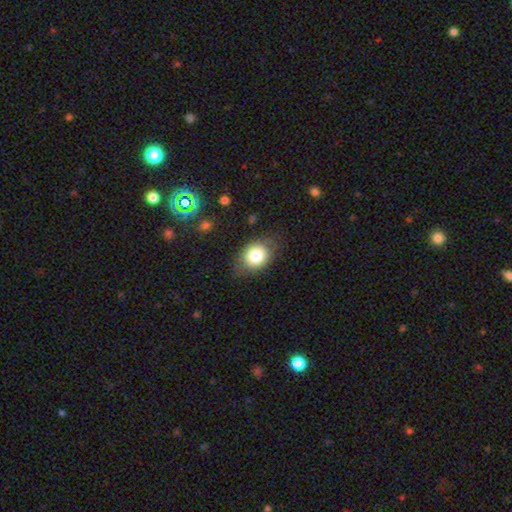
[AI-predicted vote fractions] Q: Smooth or featured?
A: smooth (78%); runner-up: featured or disk (12%)
Q: How rounded?
A: in between (56%); runner-up: round (43%)
Q: Merging?
A: none (73%); runner-up: minor disturbance (19%)